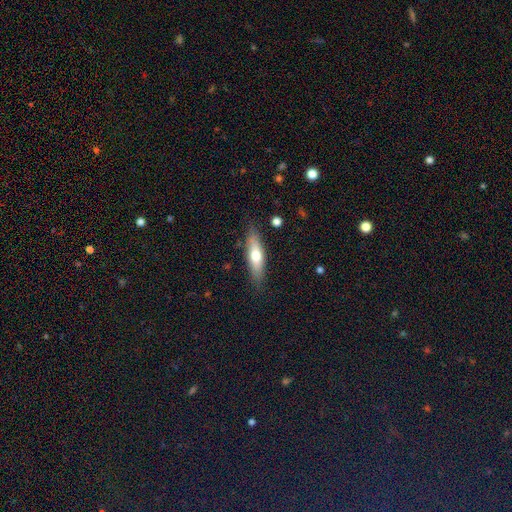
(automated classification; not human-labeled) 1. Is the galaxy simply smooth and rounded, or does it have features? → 61% smooth, 33% featured or disk, 6% star or artifact.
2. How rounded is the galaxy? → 57% cigar-shaped, 41% in between, 2% round.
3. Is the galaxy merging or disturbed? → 82% none, 14% minor disturbance, 3% major disturbance, 2% merger.